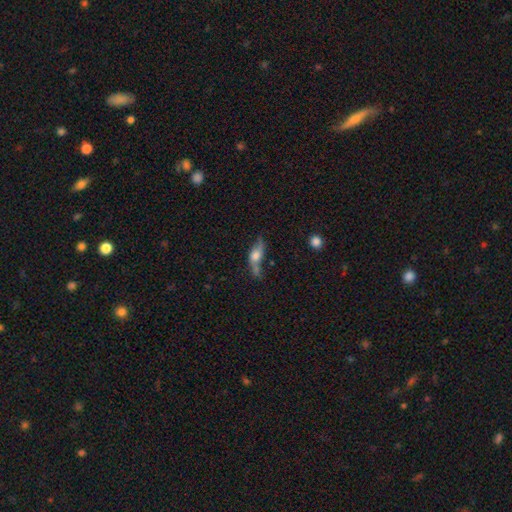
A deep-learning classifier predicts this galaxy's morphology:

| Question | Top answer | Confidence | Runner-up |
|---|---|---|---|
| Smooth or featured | featured or disk | 47% | smooth (45%) |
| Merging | none | 39% | minor disturbance (26%) |